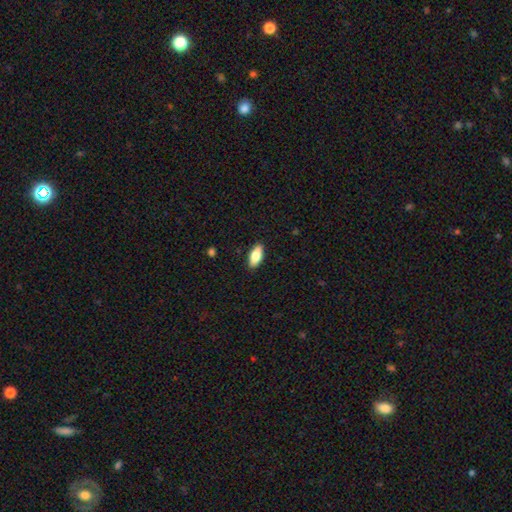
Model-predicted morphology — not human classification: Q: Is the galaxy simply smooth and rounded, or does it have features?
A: smooth — 80%.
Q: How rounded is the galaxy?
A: in between — 84%.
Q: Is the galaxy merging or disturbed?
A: none — 89%.